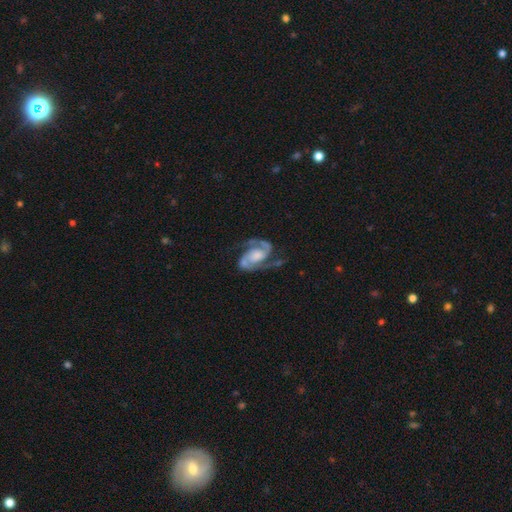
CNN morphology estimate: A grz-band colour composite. It shows a featured or disk galaxy (92%) with no bar (52%), 2 (94%) medium (57%) spiral arms (98%) and a moderate central bulge (33%). Merging: none (69%).